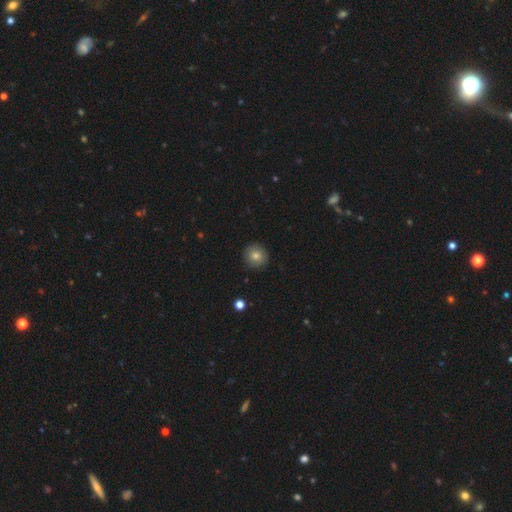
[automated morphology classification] This is likely a smooth galaxy (77%). How rounded: clearly round (93%). Merging: clearly none (90%).